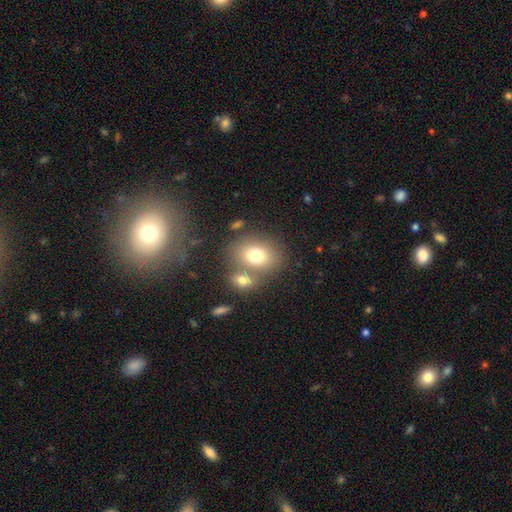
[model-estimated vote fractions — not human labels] smooth 74%, featured or disk 15%, star or artifact 11%. Down the decision tree: how rounded — in between (55%); merging — none (54%).